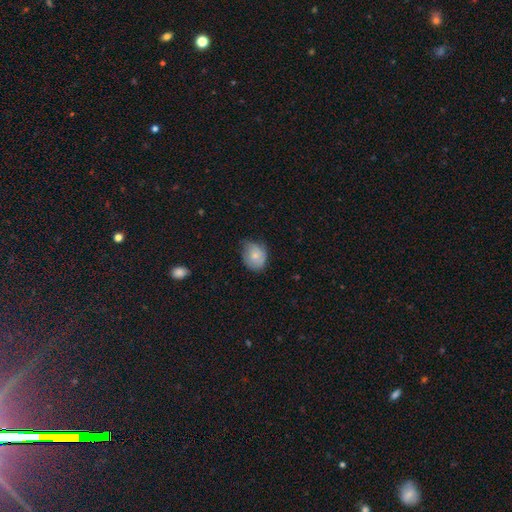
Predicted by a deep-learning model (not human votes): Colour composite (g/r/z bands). It shows a smooth galaxy with no disk features (72%) that is round (52%). Merging: none (55%).